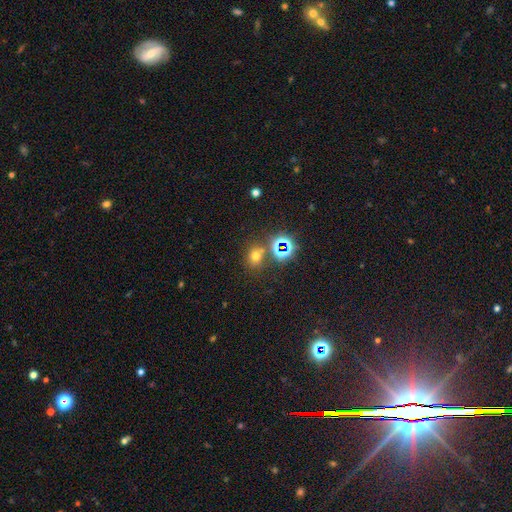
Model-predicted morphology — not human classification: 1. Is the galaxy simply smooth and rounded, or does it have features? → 60% smooth, 31% star or artifact, 9% featured or disk.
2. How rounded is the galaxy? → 65% round, 34% in between, 1% cigar-shaped.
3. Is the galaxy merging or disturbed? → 71% none, 14% merger, 10% minor disturbance, 4% major disturbance.